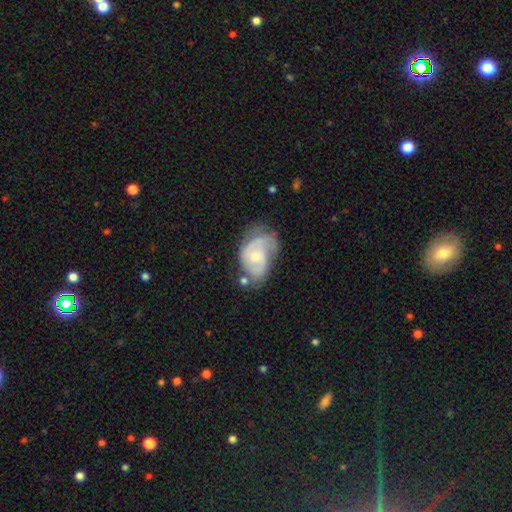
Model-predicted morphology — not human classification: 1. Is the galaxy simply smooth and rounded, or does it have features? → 74% featured or disk, 21% smooth, 6% star or artifact.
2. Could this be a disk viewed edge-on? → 97% no, 3% yes.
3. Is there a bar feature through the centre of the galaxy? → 67% no, 29% weak, 4% strong.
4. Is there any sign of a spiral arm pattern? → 86% yes, 14% no.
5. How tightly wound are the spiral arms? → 42% medium, 37% tight, 21% loose.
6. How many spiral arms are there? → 50% 2, 21% can't tell, 20% 1, 7% 3, 2% 4, 2% more than 4.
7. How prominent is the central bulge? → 54% small, 42% moderate, 2% none, 2% large, 1% dominant.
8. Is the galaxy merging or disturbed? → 39% none, 30% minor disturbance, 23% major disturbance, 8% merger.